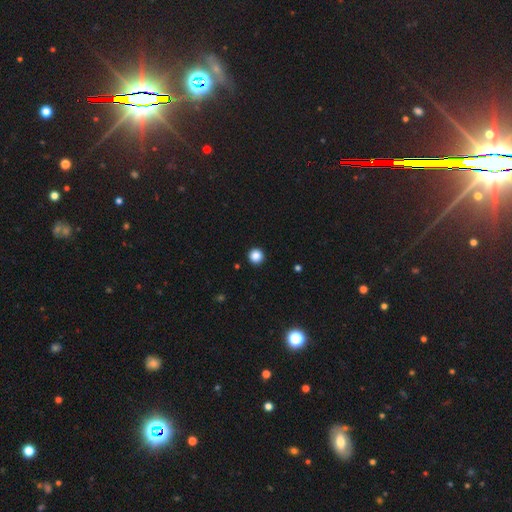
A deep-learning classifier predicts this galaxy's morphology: smooth 87%, star or artifact 11%, featured or disk 3%. Down the decision tree: how rounded — round (96%); merging — none (93%).